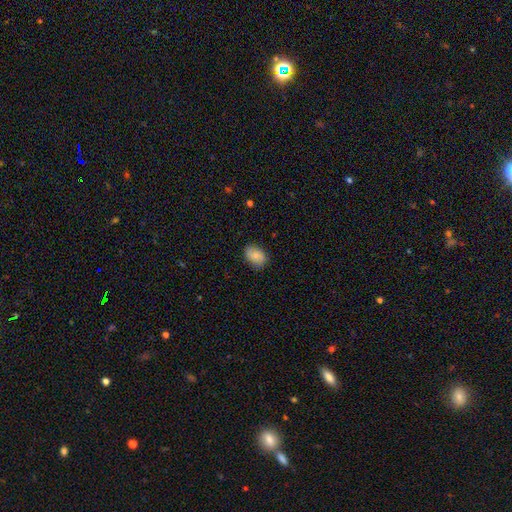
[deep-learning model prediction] Smooth or featured: smooth — 83% (featured or disk — 10%)
How rounded: in between — 81% (round — 18%)
Merging: none — 79% (minor disturbance — 17%)